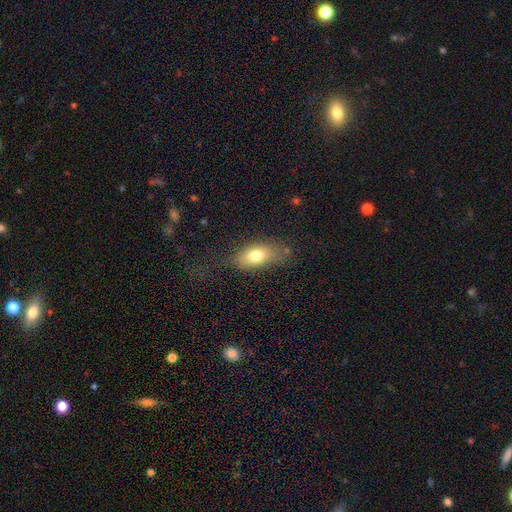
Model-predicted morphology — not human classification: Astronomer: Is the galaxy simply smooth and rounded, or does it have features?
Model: smooth — 76%.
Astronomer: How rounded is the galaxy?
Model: in between — 86%.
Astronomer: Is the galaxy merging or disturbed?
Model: none — 58%.